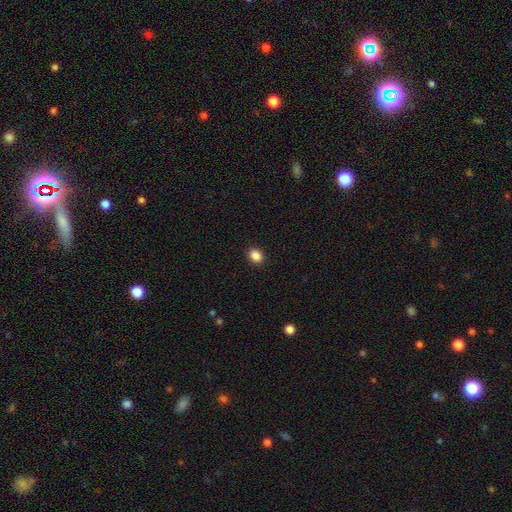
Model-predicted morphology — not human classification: Smooth or featured? smooth (88%)
How rounded? in between (53%)
Merging? none (91%)